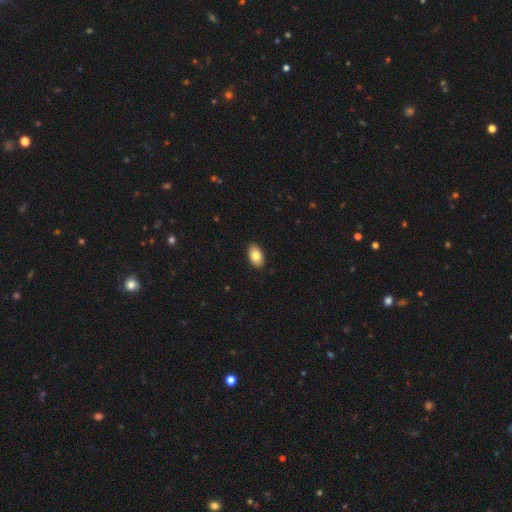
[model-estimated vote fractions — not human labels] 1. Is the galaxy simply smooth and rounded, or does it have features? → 82% smooth, 10% featured or disk, 7% star or artifact.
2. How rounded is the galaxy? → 93% in between, 6% round, 1% cigar-shaped.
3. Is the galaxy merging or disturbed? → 90% none, 8% minor disturbance, 2% major disturbance, 1% merger.